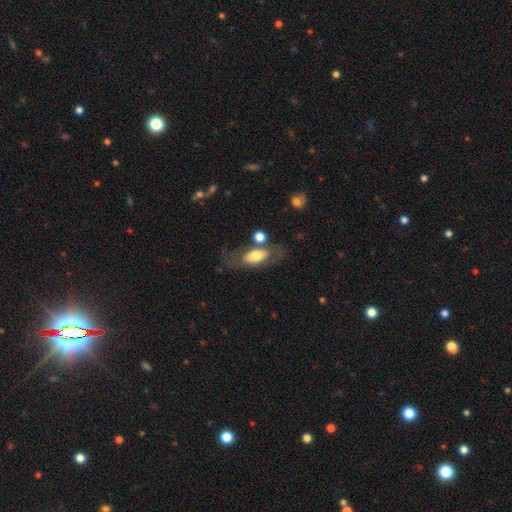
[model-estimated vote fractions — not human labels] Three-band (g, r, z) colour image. It shows a smooth galaxy with no disk features (56%) that is in between round and cigar-shaped (84%). Merging: none (57%).